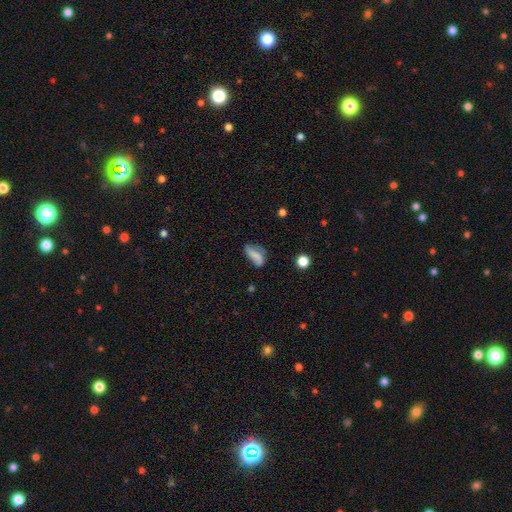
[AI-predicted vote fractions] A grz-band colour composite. It shows a smooth galaxy with no disk features (67%) that is in between round and cigar-shaped (80%). Merging: none (45%).